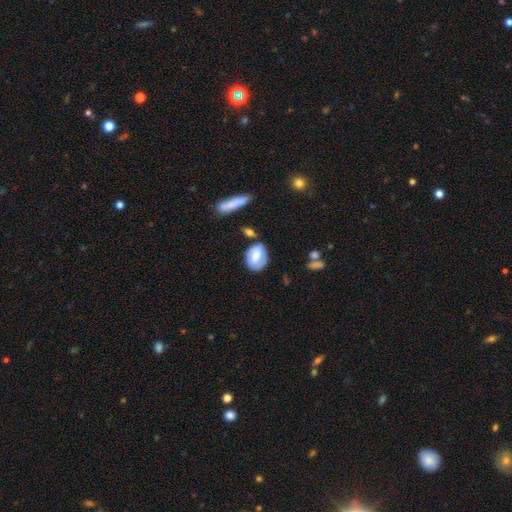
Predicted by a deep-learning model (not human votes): Morphology: type=smooth (65%); roundness=in between (76%); merging=none (56%).